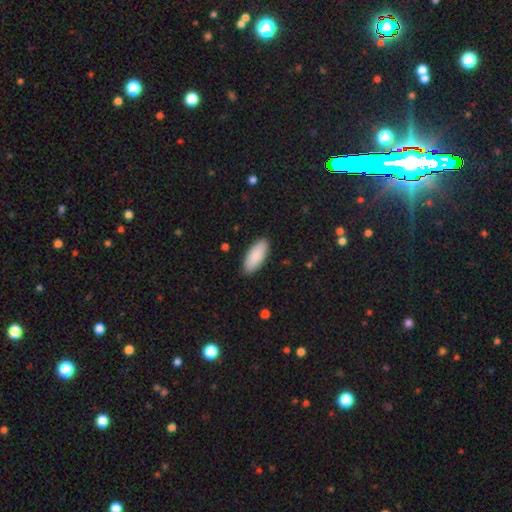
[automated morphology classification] A smooth galaxy with no disk features (90%) that is in between round and cigar-shaped (83%).

Vote fractions:
- Smooth or featured? smooth: 90% / star or artifact: 5% / featured or disk: 5%
- How rounded? in between: 83% / cigar-shaped: 15% / round: 2%
- Merging? none: 89% / minor disturbance: 8% / major disturbance: 2% / merger: 1%